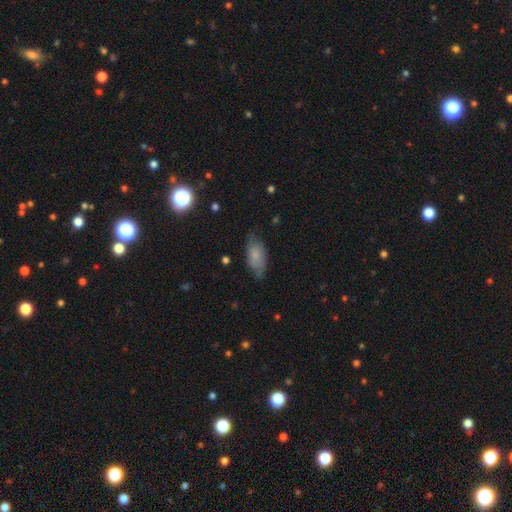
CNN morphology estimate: Smooth or featured? Predicted: smooth (p=0.66). How rounded? Predicted: in between (p=0.90). Merging? Predicted: none (p=0.64).